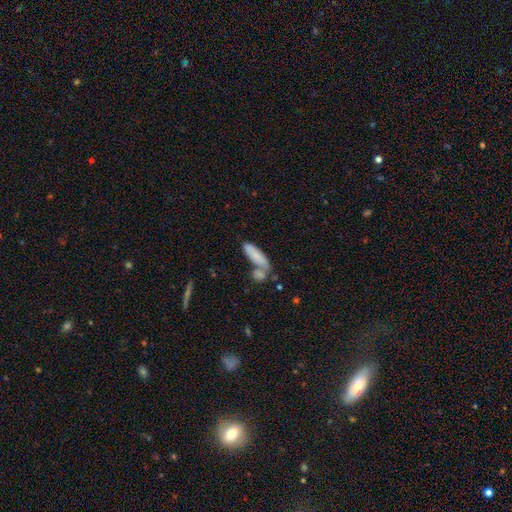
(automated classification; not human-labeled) Morphology: type=smooth (75%); roundness=in between (49%, tied with cigar-shaped); merging=none (43%).